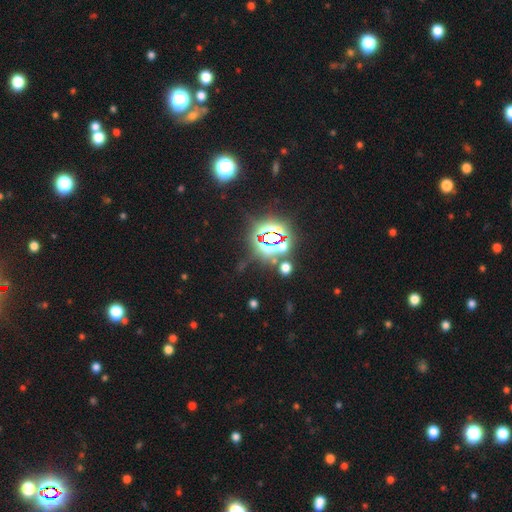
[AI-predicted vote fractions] A star or artifact, not a galaxy (83%).

Vote fractions:
- Smooth or featured? star or artifact: 83% / smooth: 10% / featured or disk: 6%